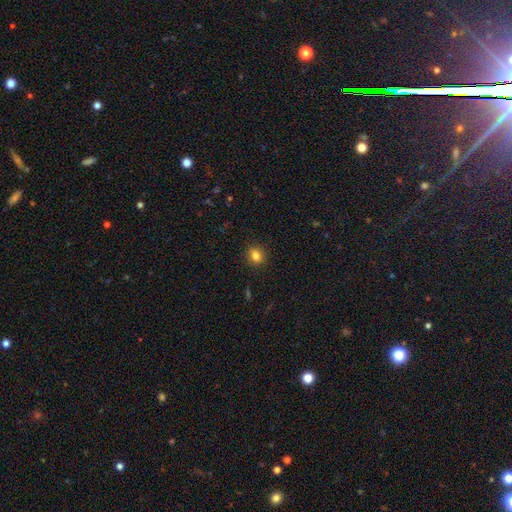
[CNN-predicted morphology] Overall: smooth (83%). How rounded: round (74%). Merging: none (90%).